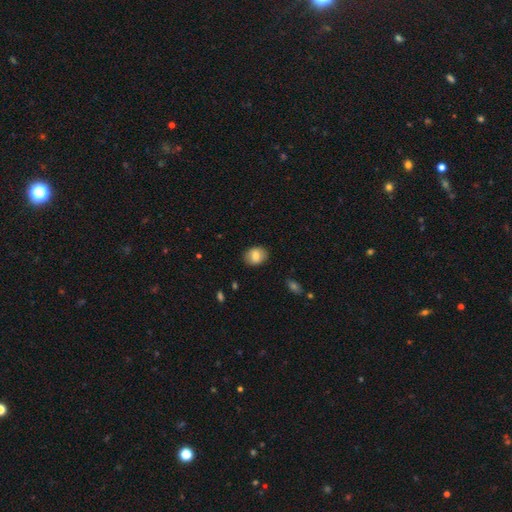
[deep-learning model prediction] Smooth or featured? smooth (78%)
How rounded? in between (50%)
Merging? none (86%)